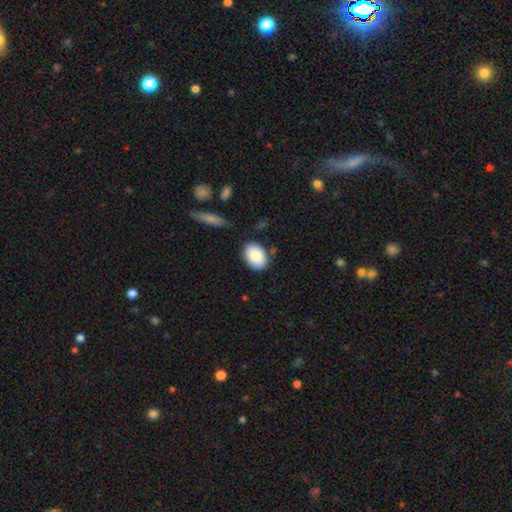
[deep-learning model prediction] smooth-or-featured: smooth: 88% | star or artifact: 6% | featured or disk: 6%
  how-rounded: in between: 83% | round: 16% | cigar-shaped: 1%
  merging: none: 77% | minor disturbance: 15% | merger: 4% | major disturbance: 4%